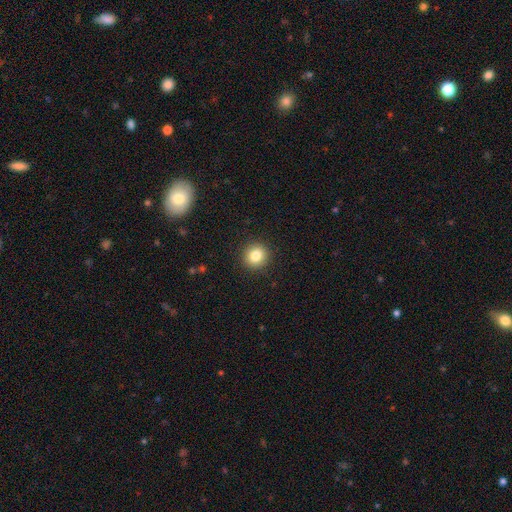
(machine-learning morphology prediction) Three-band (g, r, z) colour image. It shows a smooth galaxy with no disk features (83%) that is round (91%). Merging: none (92%).